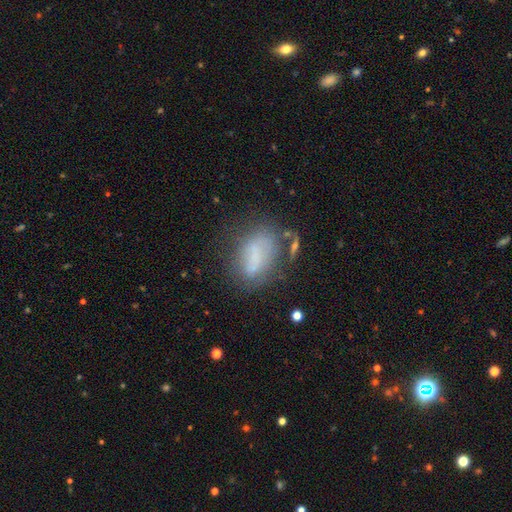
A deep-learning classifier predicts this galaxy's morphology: smooth 53%, featured or disk 35%, star or artifact 13%. Down the decision tree: how rounded — in between (82%); merging — none (45%).